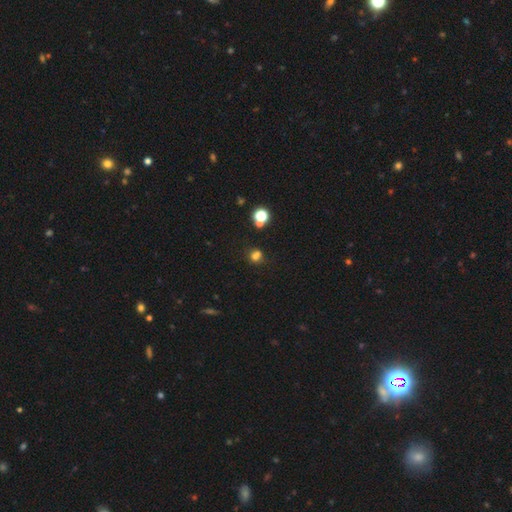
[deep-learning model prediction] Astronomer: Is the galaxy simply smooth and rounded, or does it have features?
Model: smooth — 70%.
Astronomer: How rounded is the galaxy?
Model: round — 76%.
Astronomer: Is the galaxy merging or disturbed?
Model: none — 56%.